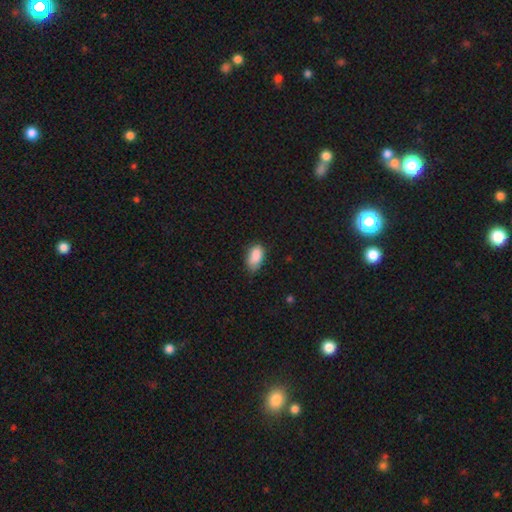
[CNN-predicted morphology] This is clearly a smooth galaxy (87%). How rounded: clearly in between (92%). Merging: possibly none (60%).